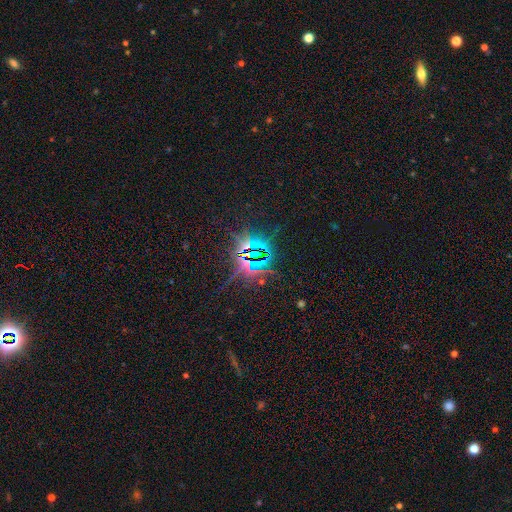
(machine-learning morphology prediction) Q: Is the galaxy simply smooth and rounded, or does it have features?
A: star or artifact — 85%.